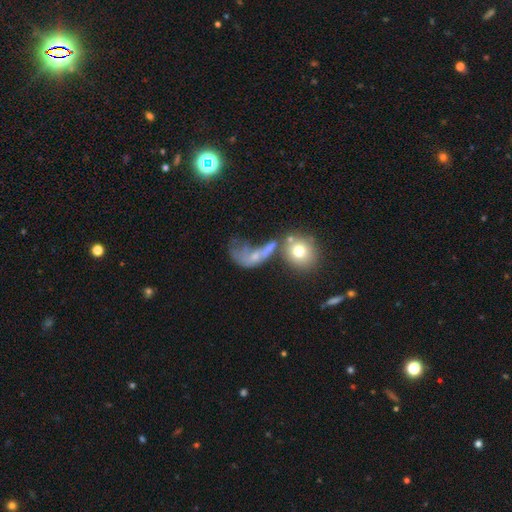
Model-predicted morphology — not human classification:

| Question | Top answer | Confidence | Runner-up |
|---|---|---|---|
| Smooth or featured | smooth | 48% | featured or disk (36%) |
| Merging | major disturbance | 42% | merger (34%) |